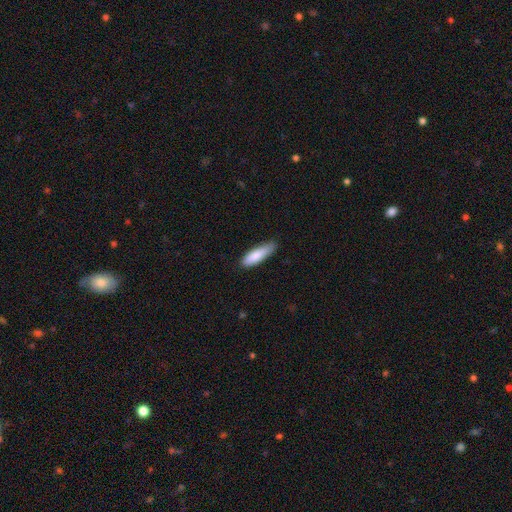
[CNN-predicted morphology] A smooth galaxy with no disk features (85%) that is cigar-shaped (53%). Merging: none (70%).